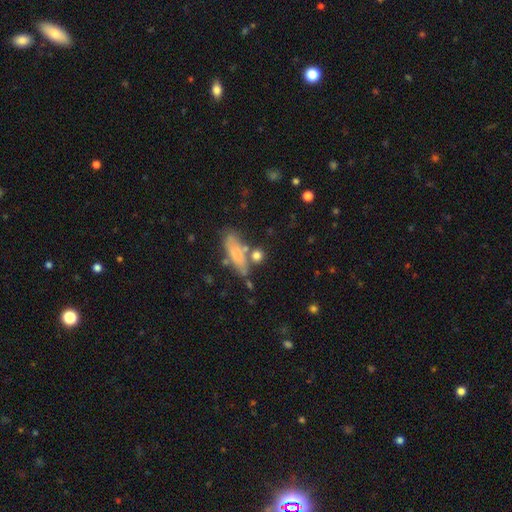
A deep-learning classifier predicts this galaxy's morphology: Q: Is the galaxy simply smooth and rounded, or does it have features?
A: smooth — 66%.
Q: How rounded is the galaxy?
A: cigar-shaped — 48%.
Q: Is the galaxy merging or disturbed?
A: none — 58%.